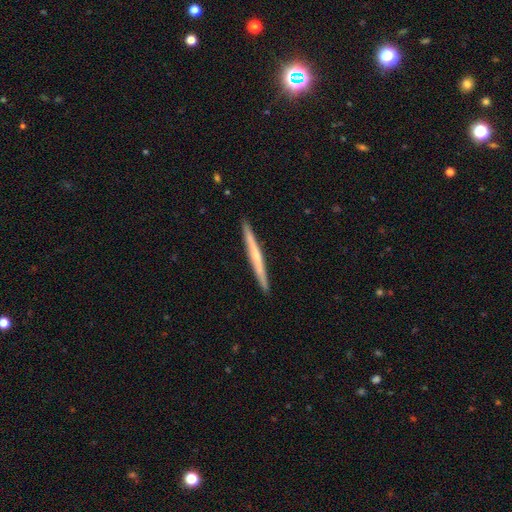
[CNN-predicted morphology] The model was most divided on "smooth or featured": featured or disk: 55%, smooth: 39%, star or artifact: 5%. More confident: edge-on disk — yes (97%); merging — none (93%); edge-on bulge — none (63%).